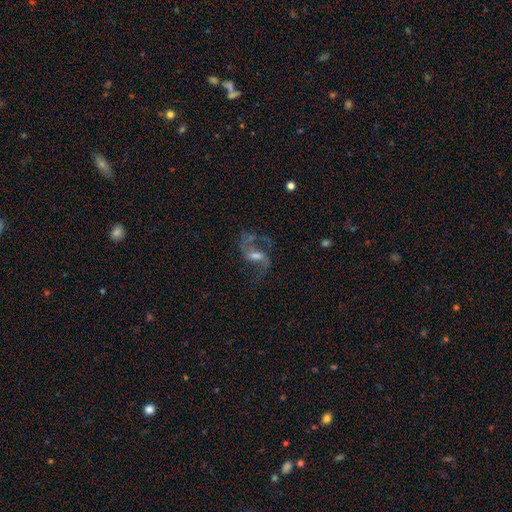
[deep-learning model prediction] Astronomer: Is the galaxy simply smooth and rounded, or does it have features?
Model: featured or disk — 84%.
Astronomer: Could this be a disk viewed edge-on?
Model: no — 97%.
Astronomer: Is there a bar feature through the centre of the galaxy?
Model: weak — 54%.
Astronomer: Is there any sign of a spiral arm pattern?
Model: yes — 95%.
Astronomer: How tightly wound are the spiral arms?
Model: loose — 61%.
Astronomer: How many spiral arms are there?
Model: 2 — 90%.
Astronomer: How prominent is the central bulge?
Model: moderate — 45% (runner-up: small, 30%).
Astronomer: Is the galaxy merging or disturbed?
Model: none — 62%.